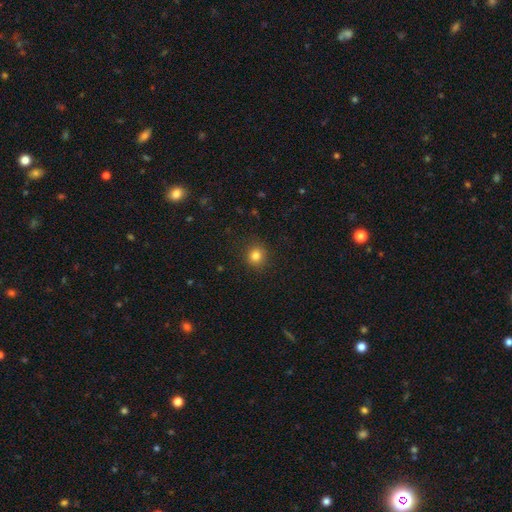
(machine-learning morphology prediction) smooth 82%, star or artifact 12%, featured or disk 6%. Down the decision tree: how rounded — round (86%); merging — none (89%).